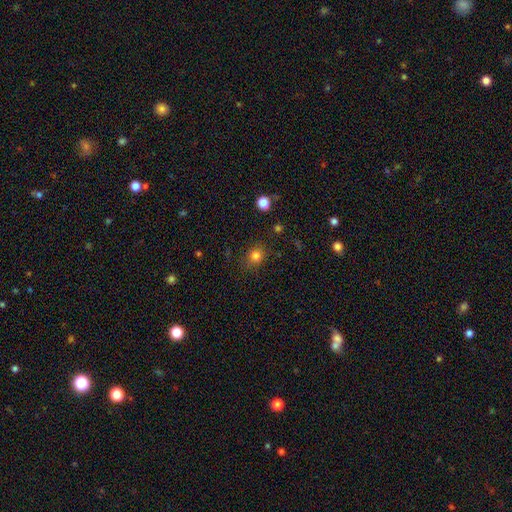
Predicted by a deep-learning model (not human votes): Morphology: type=smooth (80%); roundness=round (71%); merging=none (84%).